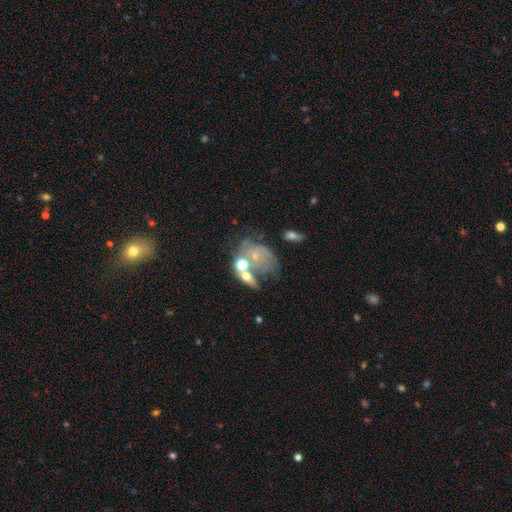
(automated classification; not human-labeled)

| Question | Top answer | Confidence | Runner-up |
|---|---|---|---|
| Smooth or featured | featured or disk | 61% | smooth (25%) |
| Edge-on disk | no | 96% | yes (4%) |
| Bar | no | 82% | weak (15%) |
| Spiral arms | yes | 68% | no (32%) |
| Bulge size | small | 65% | moderate (25%) |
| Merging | none | 33% | merger (26%) |